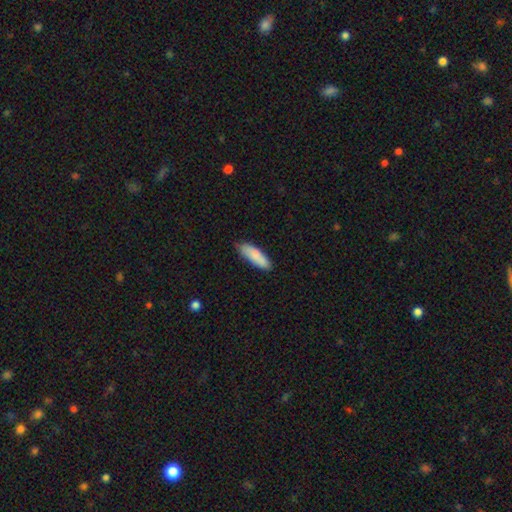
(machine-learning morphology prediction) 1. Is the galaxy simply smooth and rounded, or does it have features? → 84% smooth, 10% featured or disk, 6% star or artifact.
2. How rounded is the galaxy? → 55% in between, 43% cigar-shaped, 2% round.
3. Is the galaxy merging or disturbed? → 76% none, 20% minor disturbance, 3% major disturbance, 2% merger.